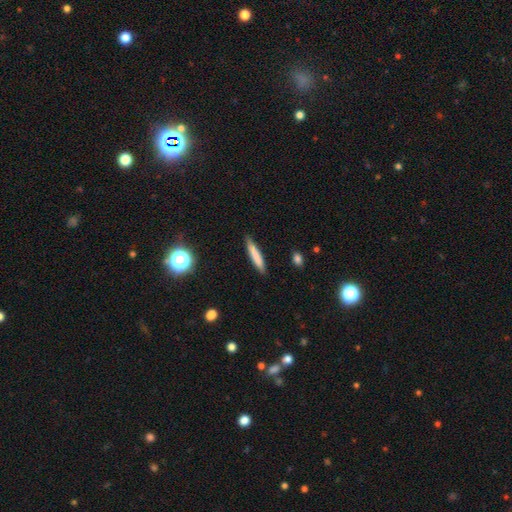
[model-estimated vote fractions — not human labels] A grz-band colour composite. It shows a smooth galaxy with no disk features (76%) that is cigar-shaped (92%). Merging: none (87%).